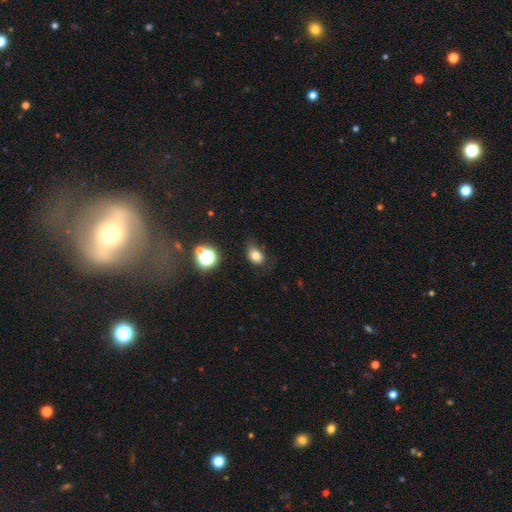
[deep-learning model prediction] Smooth or featured? Predicted: smooth (p=0.78). How rounded? Predicted: in between (p=0.67). Merging? Predicted: none (p=0.65).